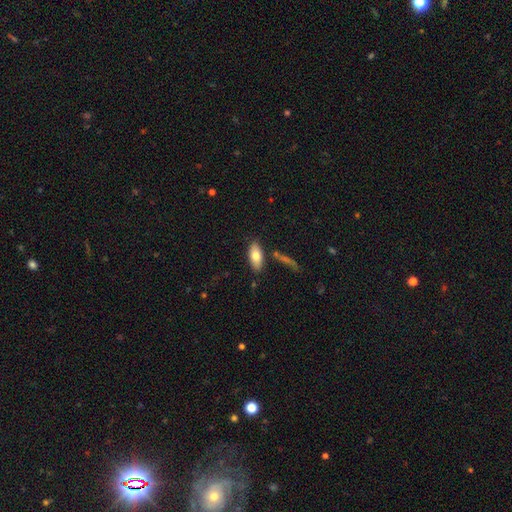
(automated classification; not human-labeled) Smooth or featured? smooth (77%)
How rounded? in between (87%)
Merging? none (81%)